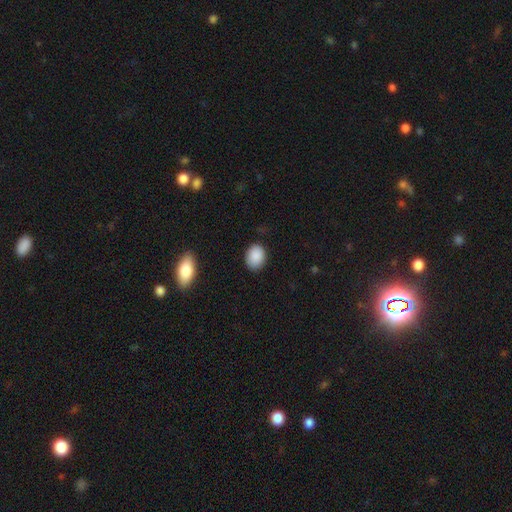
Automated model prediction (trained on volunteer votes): The model was most divided on "how rounded": in between: 64%, round: 35%, cigar-shaped: 1%. More confident: smooth or featured — smooth (89%); merging — none (82%).